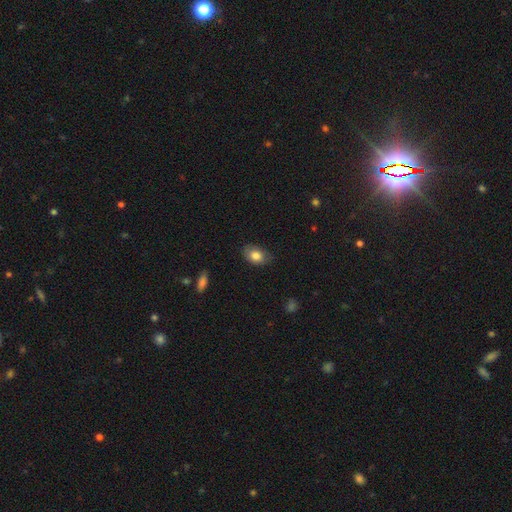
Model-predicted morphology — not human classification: Smooth or featured? smooth (83%)
How rounded? in between (84%)
Merging? none (74%)